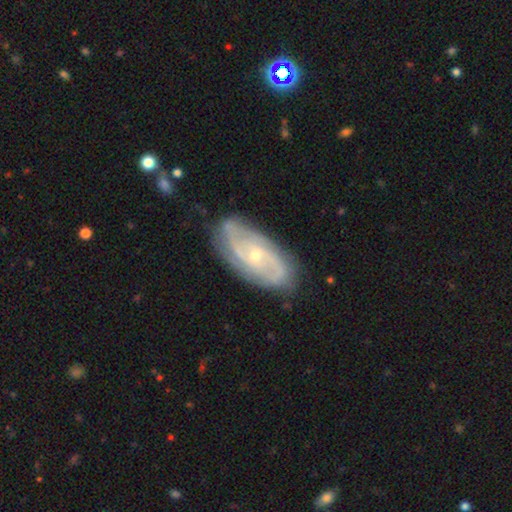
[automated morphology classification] The model was most divided on "spiral winding": tight: 45%, medium: 42%, loose: 13%. Remaining: edge-on disk — no (94%); spiral arms — yes (94%); smooth or featured — featured or disk (84%); merging — none (77%); bulge size — small (71%); bar — no (65%); spiral arm count — 2 (46%).